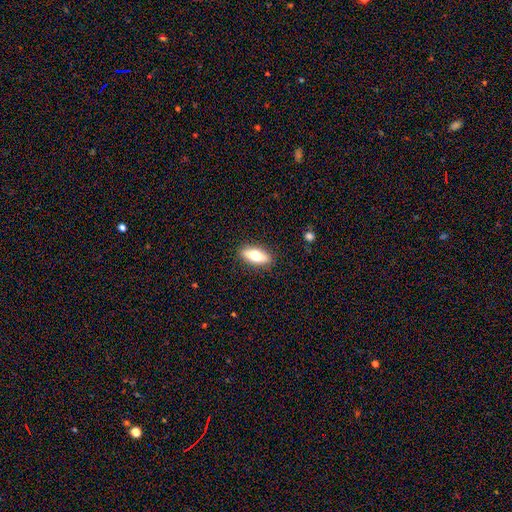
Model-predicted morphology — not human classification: Overall: smooth (66%; featured or disk 28%). How rounded: in between (68%). Merging: none (88%).